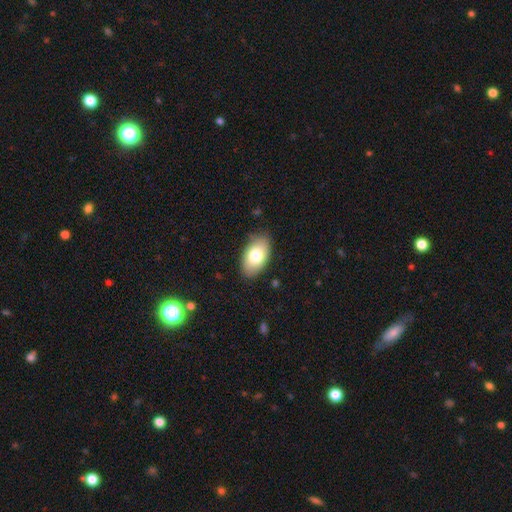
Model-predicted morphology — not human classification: This appears to be a smooth galaxy with no disk features (79%) that is in between round and cigar-shaped (94%). Merging: none (84%).